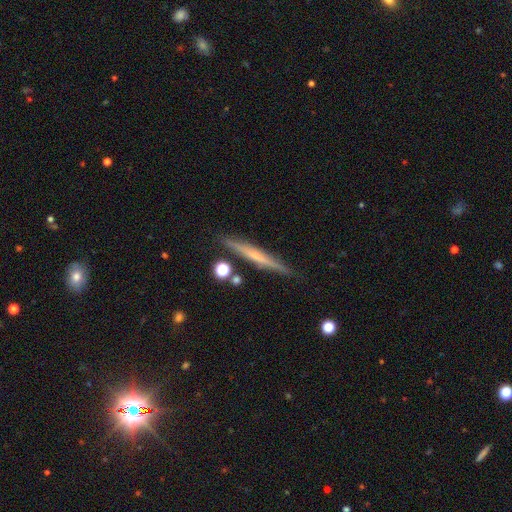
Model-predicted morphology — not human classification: Smooth or featured? featured or disk (53%)
Edge-on disk? yes (97%)
Edge-on bulge? none (69%)
Merging? none (87%)